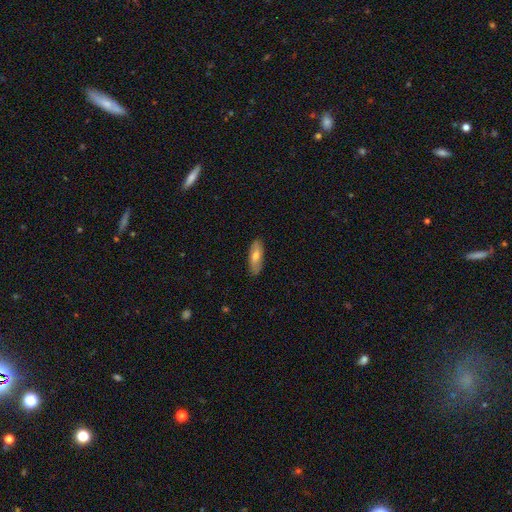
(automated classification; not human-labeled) smooth-or-featured: smooth: 67% | featured or disk: 27% | star or artifact: 6%
  how-rounded: in between: 68% | cigar-shaped: 30% | round: 2%
  merging: none: 86% | minor disturbance: 11% | major disturbance: 2% | merger: 1%